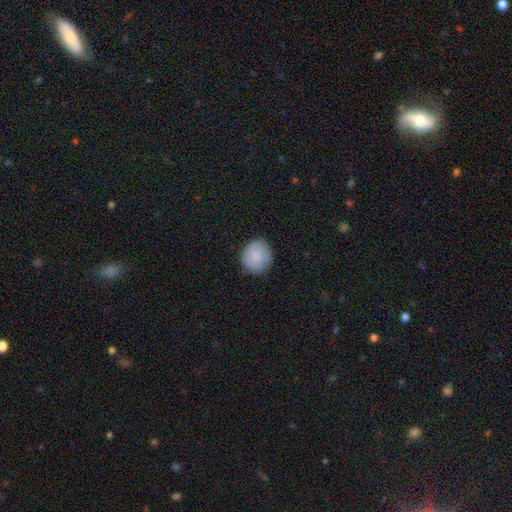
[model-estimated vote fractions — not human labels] smooth-or-featured: smooth: 87% | star or artifact: 7% | featured or disk: 7%
  how-rounded: round: 82% | in between: 17% | cigar-shaped: 1%
  merging: none: 83% | minor disturbance: 13% | major disturbance: 3% | merger: 1%